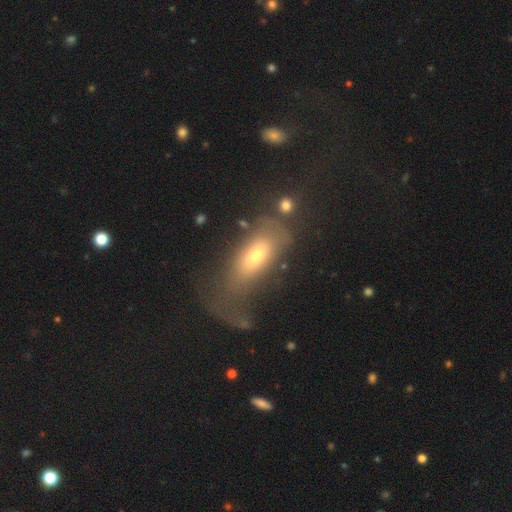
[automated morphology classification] The model was most divided on "merging": none: 38%, major disturbance: 34%, minor disturbance: 20%, merger: 7%. More confident: how rounded — in between (79%); smooth or featured — smooth (54%).